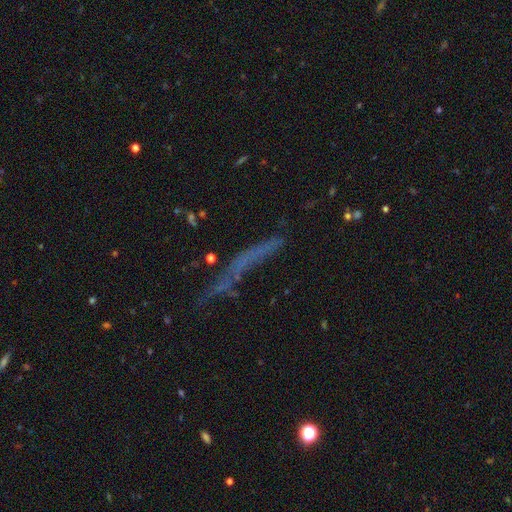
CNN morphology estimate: Smooth or featured: featured or disk — 34% (smooth — 33%)
Merging: none — 63% (minor disturbance — 17%)